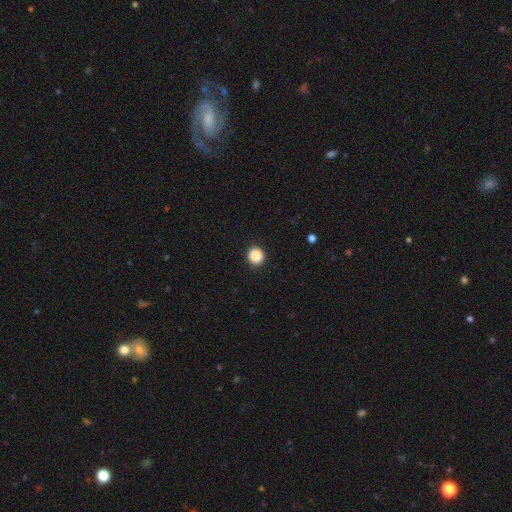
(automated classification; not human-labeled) smooth-or-featured: smooth: 88% | star or artifact: 10% | featured or disk: 3%
  how-rounded: round: 91% | in between: 8% | cigar-shaped: 1%
  merging: none: 92% | minor disturbance: 5% | major disturbance: 2% | merger: 1%